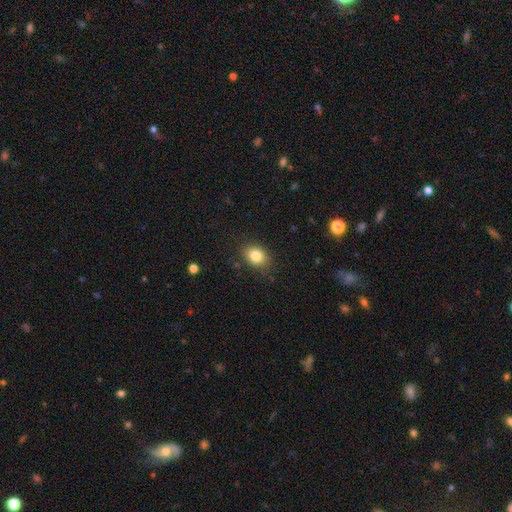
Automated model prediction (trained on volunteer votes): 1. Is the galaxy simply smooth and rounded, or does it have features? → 83% smooth, 10% star or artifact, 7% featured or disk.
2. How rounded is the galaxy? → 65% in between, 34% round, 1% cigar-shaped.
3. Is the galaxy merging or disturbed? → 83% none, 12% minor disturbance, 3% major disturbance, 1% merger.